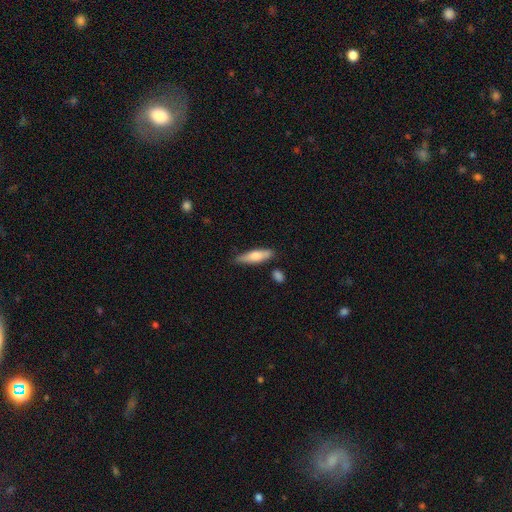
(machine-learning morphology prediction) smooth 65%, featured or disk 29%, star or artifact 6%. Down the decision tree: how rounded — cigar-shaped (67%); merging — none (77%).